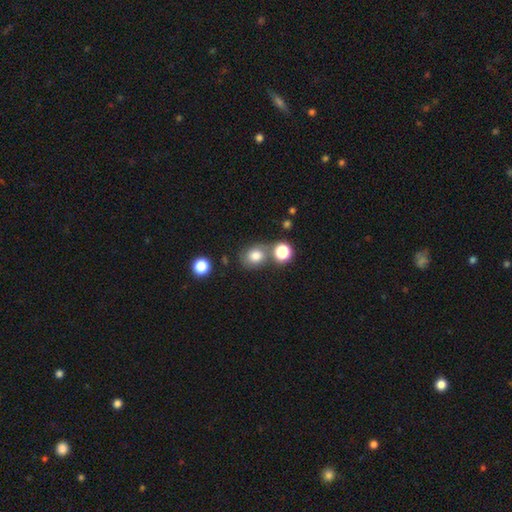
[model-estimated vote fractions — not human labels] smooth_or_featured: smooth (p=0.78) [alt: star or artifact p=0.13]
how_rounded: round (p=0.62) [alt: in between p=0.37]
merging: none (p=0.61) [alt: merger p=0.20]